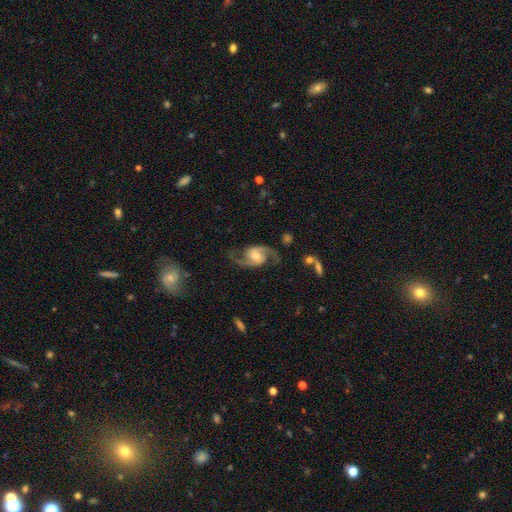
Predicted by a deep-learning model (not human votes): smooth-or-featured: featured or disk: 90% | smooth: 5% | star or artifact: 5%
  disk-edge-on: no: 98% | yes: 2%
    bar: weak: 46% | no: 38% | strong: 16%
    has-spiral-arms: yes: 98% | no: 2%
      spiral-winding: medium: 49% | loose: 42% | tight: 9%
      spiral-arm-count: 2: 94% | can't tell: 2% | 1: 1% | 3: 1% | 4: 1% | more than 4: 1%
    bulge-size: moderate: 56% | small: 24% | large: 14% | none: 5% | dominant: 2%
  merging: none: 78% | minor disturbance: 13% | major disturbance: 7% | merger: 2%